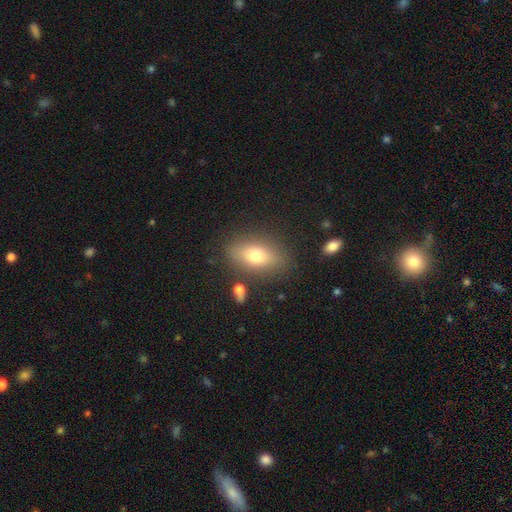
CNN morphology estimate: Overall: smooth (67%). How rounded: in between (80%). Merging: none (83%).